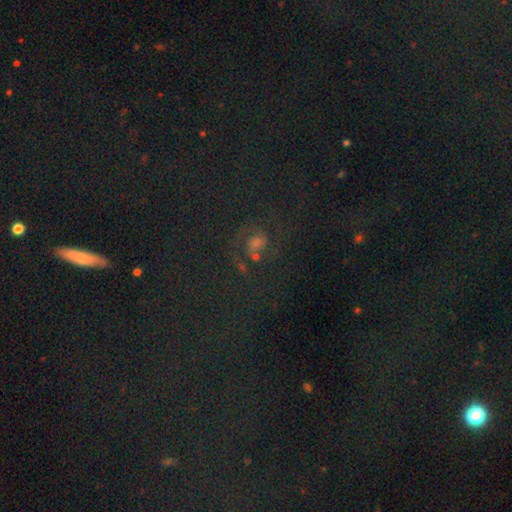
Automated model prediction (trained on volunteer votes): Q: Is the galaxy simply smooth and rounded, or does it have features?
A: star or artifact — 38%.